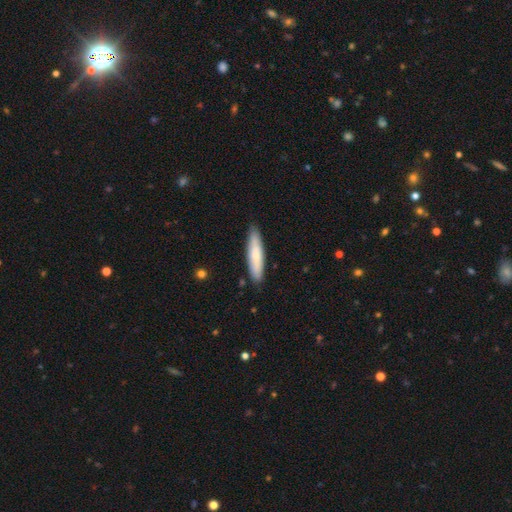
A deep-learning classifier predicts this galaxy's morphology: This appears to be a smooth galaxy with no disk features (76%) that is cigar-shaped (83%). Merging: none (87%).